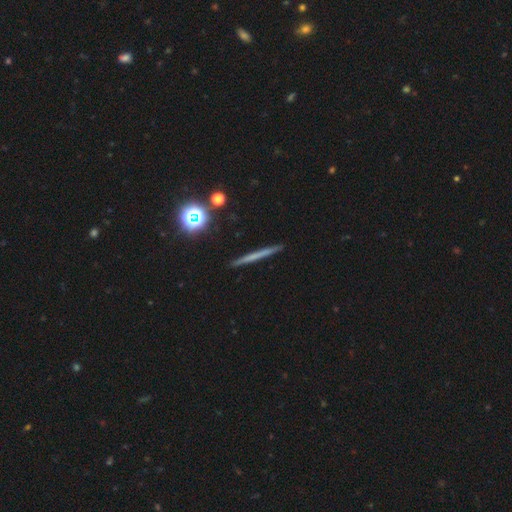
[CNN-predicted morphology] Smooth or featured: featured or disk — 45% (smooth — 43%)
Merging: none — 92% (minor disturbance — 6%)